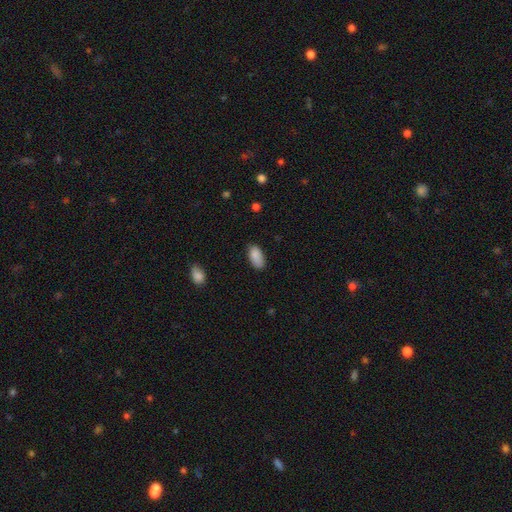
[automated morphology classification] This is clearly a smooth galaxy (87%). How rounded: clearly in between (93%). Merging: likely none (76%).